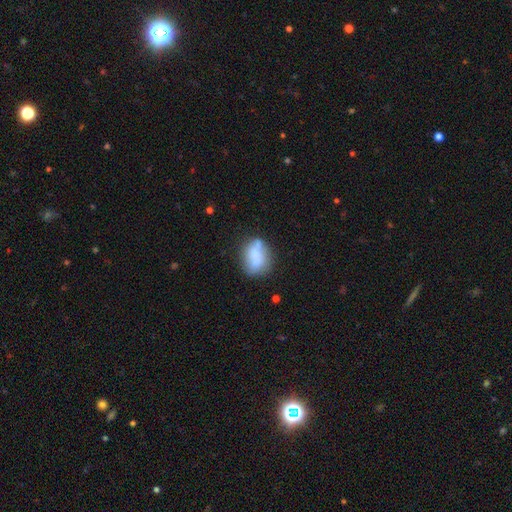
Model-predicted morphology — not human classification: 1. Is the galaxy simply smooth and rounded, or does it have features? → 70% smooth, 21% featured or disk, 9% star or artifact.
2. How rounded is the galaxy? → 67% in between, 31% round, 3% cigar-shaped.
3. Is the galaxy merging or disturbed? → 48% none, 25% minor disturbance, 16% merger, 11% major disturbance.